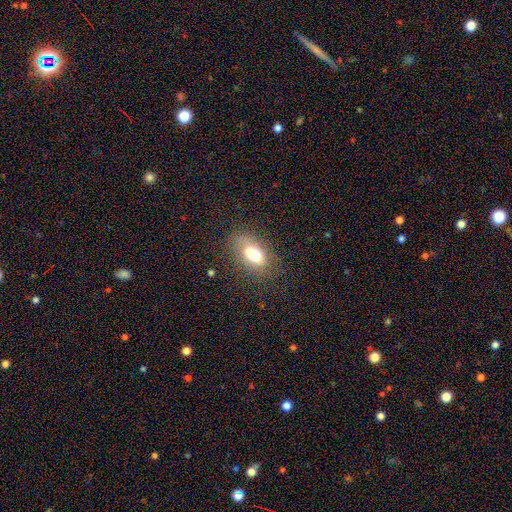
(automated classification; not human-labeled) Morphology: type=smooth (67%); roundness=in between (88%); merging=none (66%).